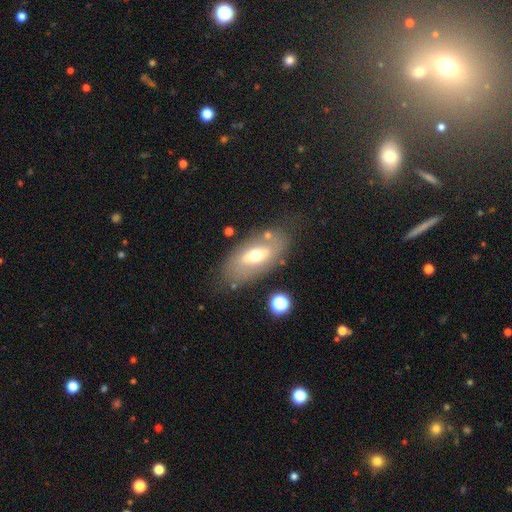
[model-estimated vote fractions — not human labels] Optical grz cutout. It shows a featured or disk galaxy (46%). Merging: none (71%).